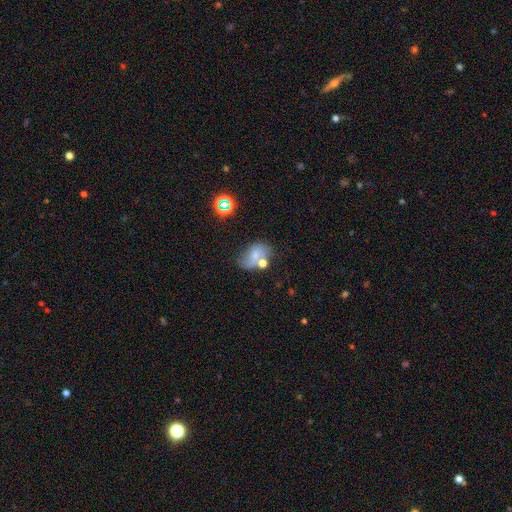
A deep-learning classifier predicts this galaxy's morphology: A smooth galaxy with no disk features (45%). Merging: none (43%).